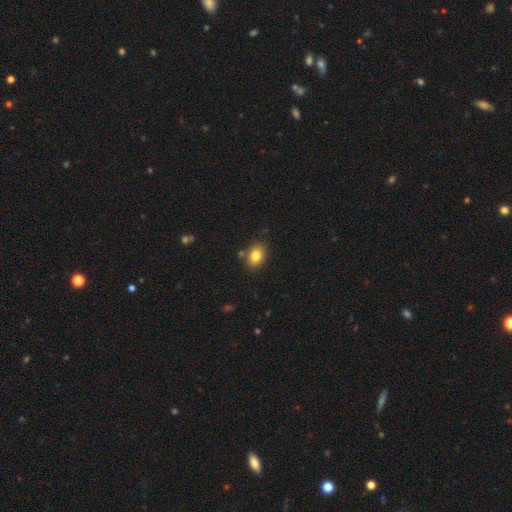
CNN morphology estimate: type=smooth (81%); roundness=in between (74%); merging=none (80%).